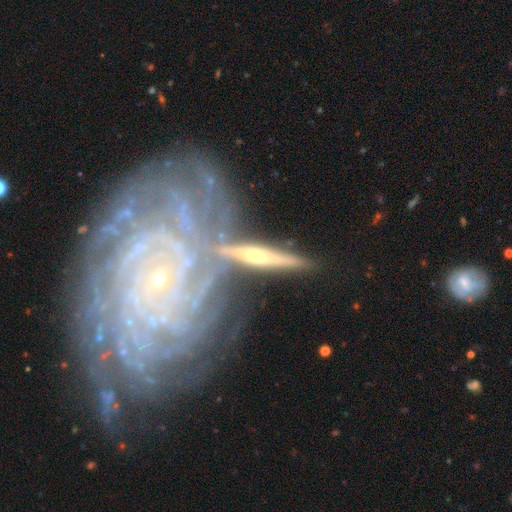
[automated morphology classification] This is likely a featured or disk galaxy (79%). It is likely viewed edge-on (78%). Edge-on bulge: clearly rounded (82%). Merging: possibly none (58%).